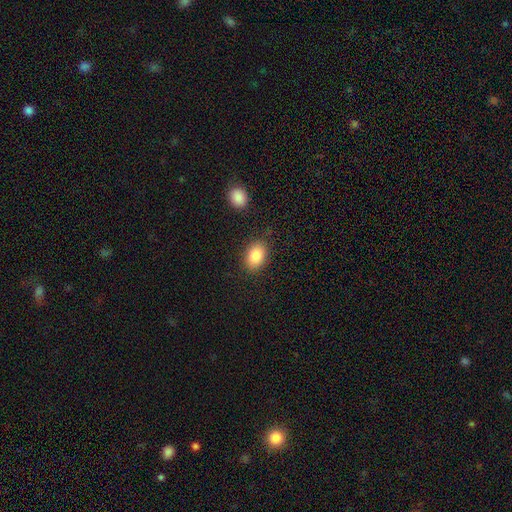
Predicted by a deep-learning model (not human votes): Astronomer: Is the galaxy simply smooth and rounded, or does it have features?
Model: smooth — 86%.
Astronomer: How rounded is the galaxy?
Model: in between — 76%.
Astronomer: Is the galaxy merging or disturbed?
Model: none — 85%.